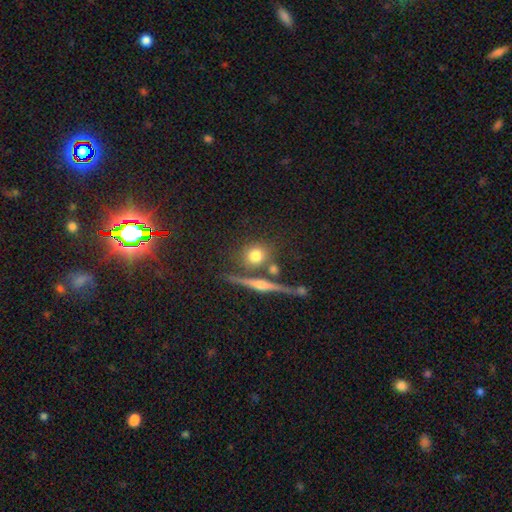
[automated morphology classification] Overall: smooth (66%). How rounded: round (85%). Merging: none (71%).